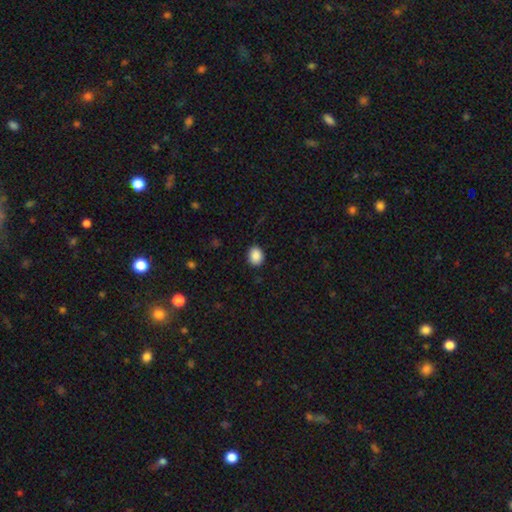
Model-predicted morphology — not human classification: Smooth or featured: smooth — 89% (star or artifact — 8%)
How rounded: in between — 52% (round — 47%)
Merging: none — 88% (minor disturbance — 9%)